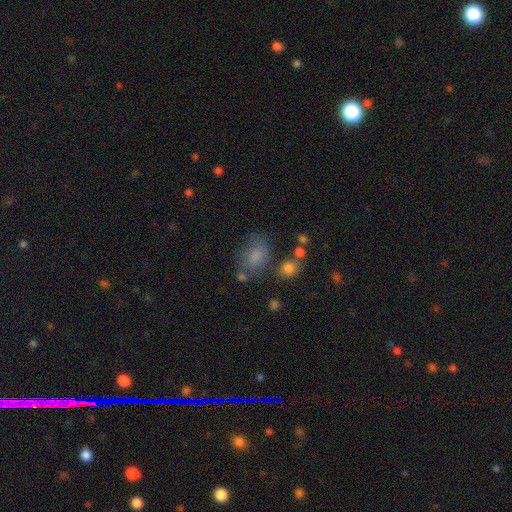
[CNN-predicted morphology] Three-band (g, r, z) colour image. It shows a smooth galaxy with no disk features (76%) that is in between round and cigar-shaped (75%). Merging: none (53%).